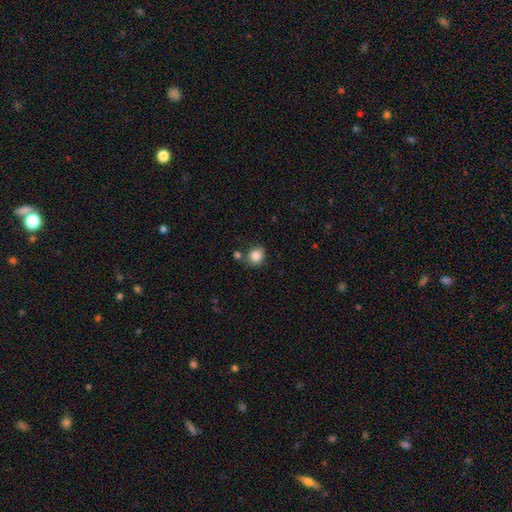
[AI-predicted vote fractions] smooth-or-featured: smooth: 85% | star or artifact: 9% | featured or disk: 6%
  how-rounded: round: 70% | in between: 30% | cigar-shaped: 1%
  merging: none: 68% | minor disturbance: 16% | merger: 12% | major disturbance: 4%